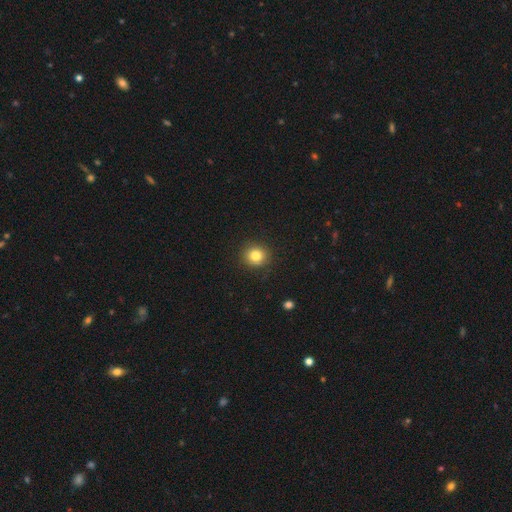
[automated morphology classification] type=smooth (82%); roundness=round (88%); merging=none (90%).